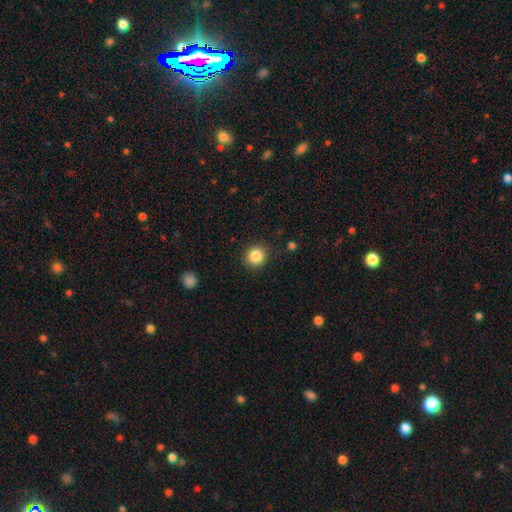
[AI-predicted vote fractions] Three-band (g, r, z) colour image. It shows a smooth galaxy with no disk features (85%) that is round (86%). Merging: none (89%).